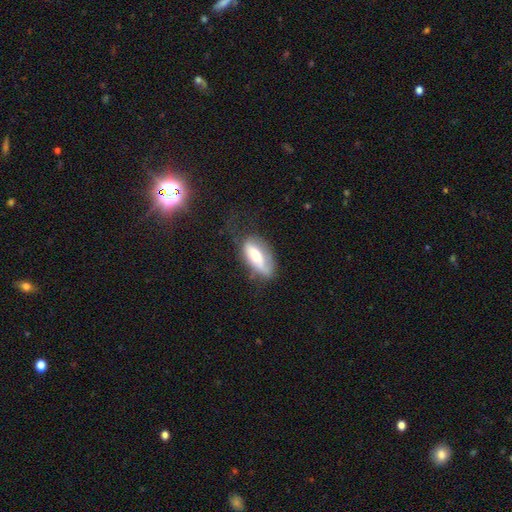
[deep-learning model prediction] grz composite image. It shows a smooth galaxy with no disk features (59%) that is in between round and cigar-shaped (83%). Merging: none (42%).